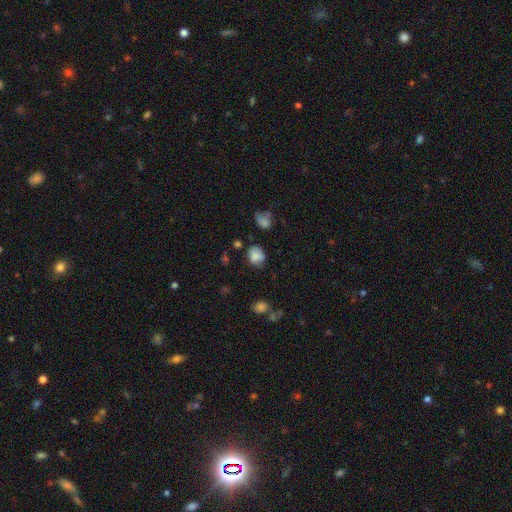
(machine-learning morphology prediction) Overall: smooth (76%). How rounded: round (55%; in between 44%). Merging: none (58%; minor disturbance 27%).